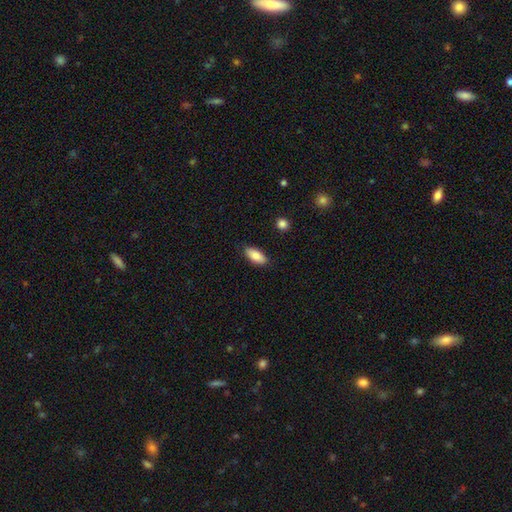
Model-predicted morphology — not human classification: type=smooth (86%); roundness=in between (87%); merging=none (86%).